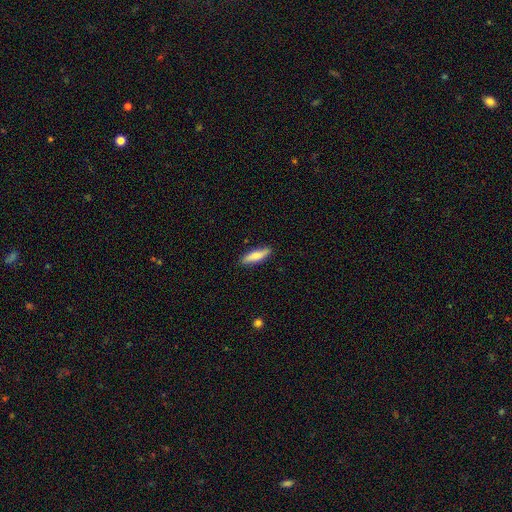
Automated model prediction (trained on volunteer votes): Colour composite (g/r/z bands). It shows a smooth galaxy with no disk features (75%) that is cigar-shaped (64%). Merging: none (86%).